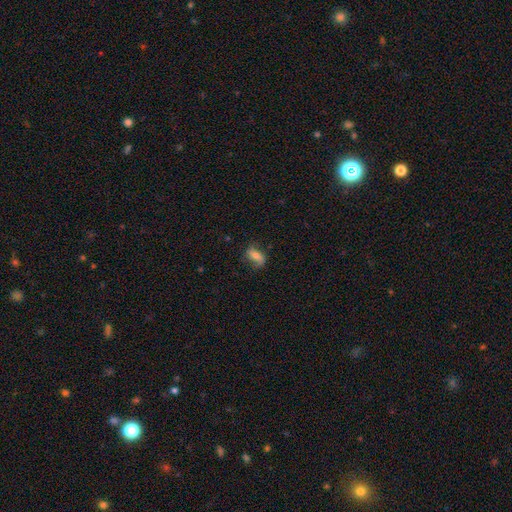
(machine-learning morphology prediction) A smooth galaxy with no disk features (59%) that is in between round and cigar-shaped (82%).

Vote fractions:
- Smooth or featured? smooth: 59% / featured or disk: 32% / star or artifact: 9%
- How rounded? in between: 82% / round: 10% / cigar-shaped: 9%
- Merging? none: 67% / minor disturbance: 23% / major disturbance: 9% / merger: 2%